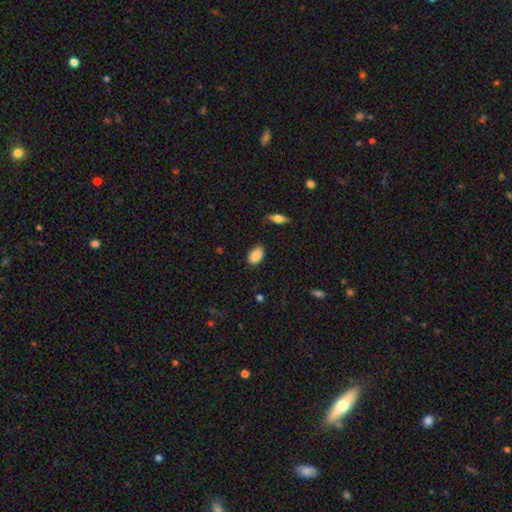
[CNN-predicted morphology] Smooth or featured: smooth — 87% (star or artifact — 7%)
How rounded: in between — 90% (round — 8%)
Merging: none — 82% (minor disturbance — 14%)